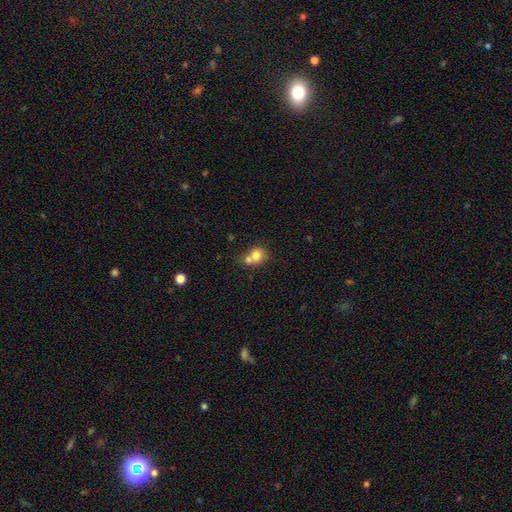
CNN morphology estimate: smooth 73%, featured or disk 16%, star or artifact 11%. Down the decision tree: how rounded — round (74%); merging — merger (57%).